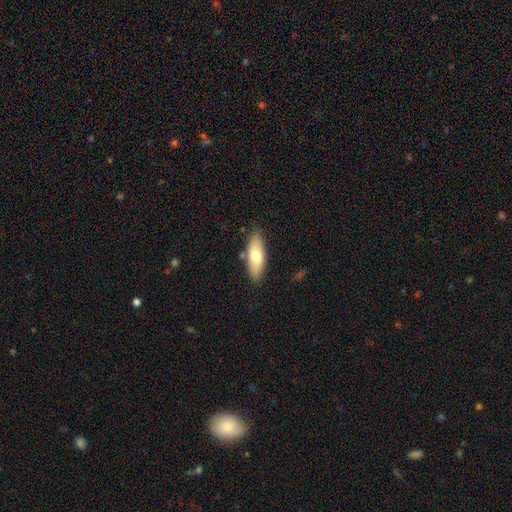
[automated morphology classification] smooth_or_featured: smooth (p=0.70) [alt: featured or disk p=0.24]
how_rounded: in between (p=0.69) [alt: cigar-shaped p=0.28]
merging: none (p=0.83) [alt: minor disturbance p=0.12]